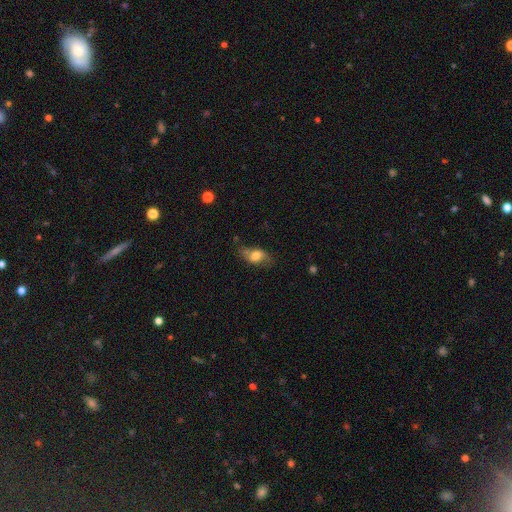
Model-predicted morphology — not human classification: A smooth galaxy with no disk features (66%) that is in between round and cigar-shaped (80%). Merging: none (58%).